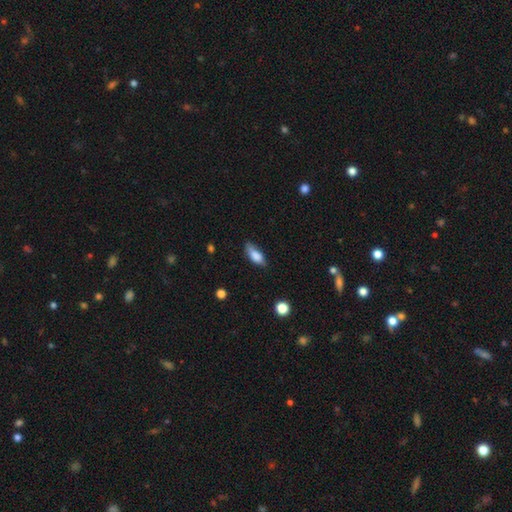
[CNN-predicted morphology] smooth 79%, featured or disk 13%, star or artifact 7%. Down the decision tree: how rounded — in between (75%); merging — none (58%).